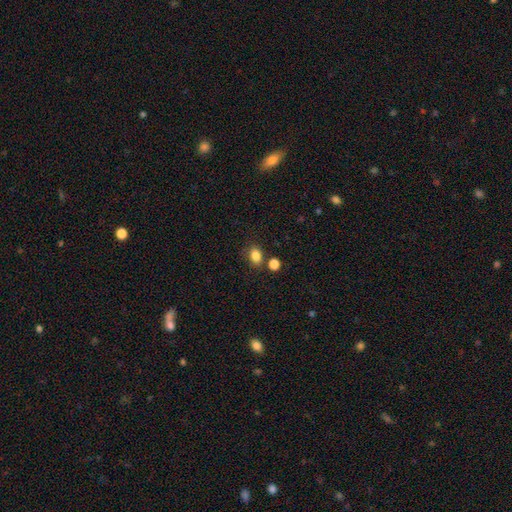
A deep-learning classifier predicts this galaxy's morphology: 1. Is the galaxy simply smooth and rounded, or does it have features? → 84% smooth, 11% star or artifact, 5% featured or disk.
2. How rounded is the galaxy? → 64% in between, 35% round, 1% cigar-shaped.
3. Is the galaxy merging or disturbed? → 73% none, 12% merger, 11% minor disturbance, 4% major disturbance.